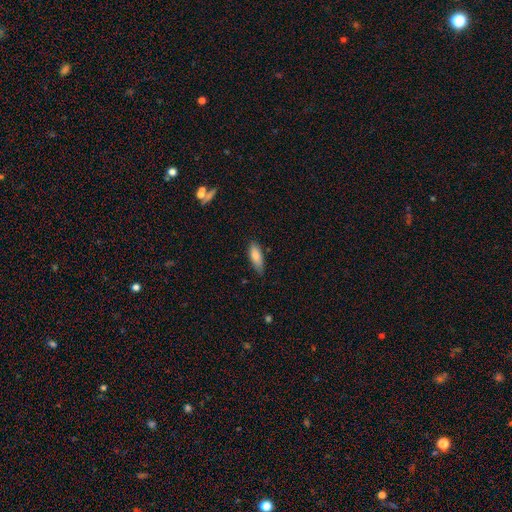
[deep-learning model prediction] smooth_or_featured: smooth (p=0.81) [alt: featured or disk p=0.12]
how_rounded: in between (p=0.66) [alt: cigar-shaped p=0.32]
merging: none (p=0.72) [alt: minor disturbance p=0.23]